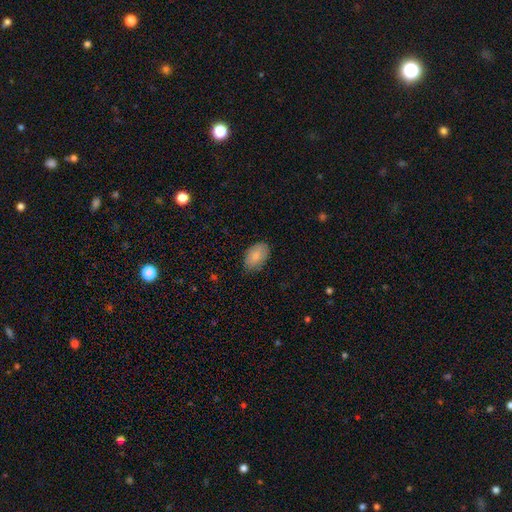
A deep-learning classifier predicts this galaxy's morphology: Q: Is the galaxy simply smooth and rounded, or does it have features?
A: smooth — 83%.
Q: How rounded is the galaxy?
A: in between — 91%.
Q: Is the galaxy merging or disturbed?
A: none — 77%.